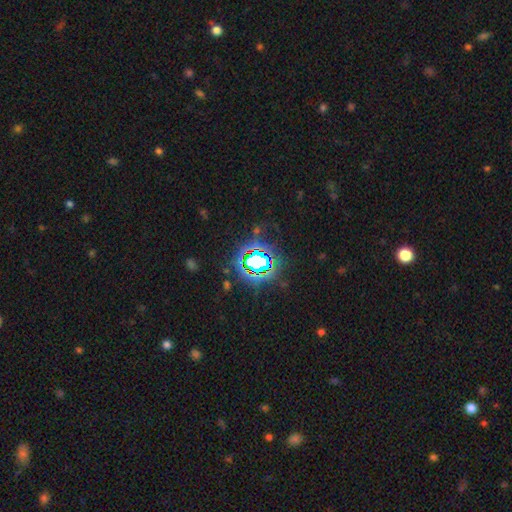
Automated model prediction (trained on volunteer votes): Q: Smooth or featured?
A: star or artifact (80%); runner-up: smooth (13%)